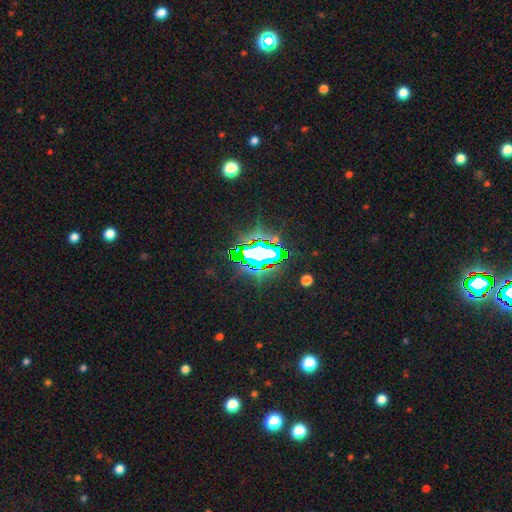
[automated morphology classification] Smooth or featured? star or artifact (71%)